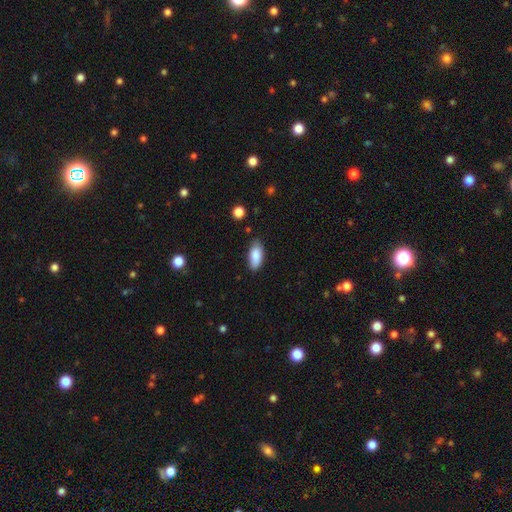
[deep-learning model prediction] The model was most divided on "merging": none: 77%, minor disturbance: 19%, major disturbance: 3%, merger: 2%. More confident: how rounded — in between (87%); smooth or featured — smooth (86%).